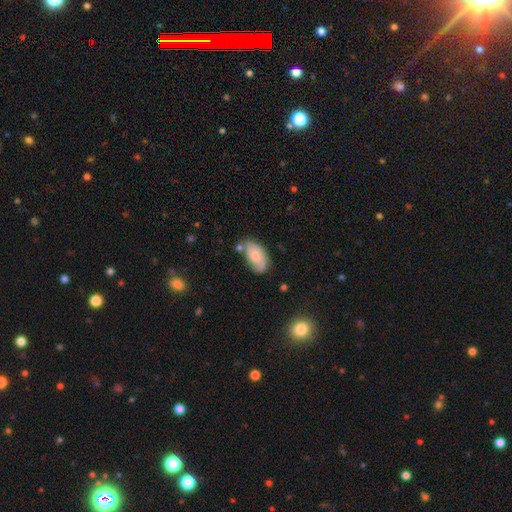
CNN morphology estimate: Overall: smooth (58%; featured or disk 35%). How rounded: in between (93%). Merging: none (56%; minor disturbance 27%).